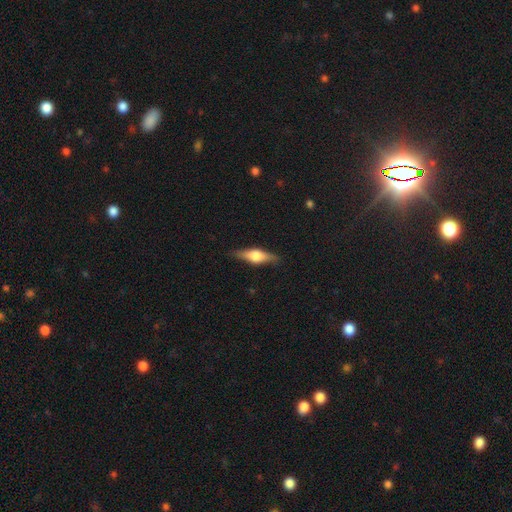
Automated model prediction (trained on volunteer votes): featured or disk 54%, smooth 40%, star or artifact 7%. Down the decision tree: edge-on disk — yes (93%); merging — none (85%).